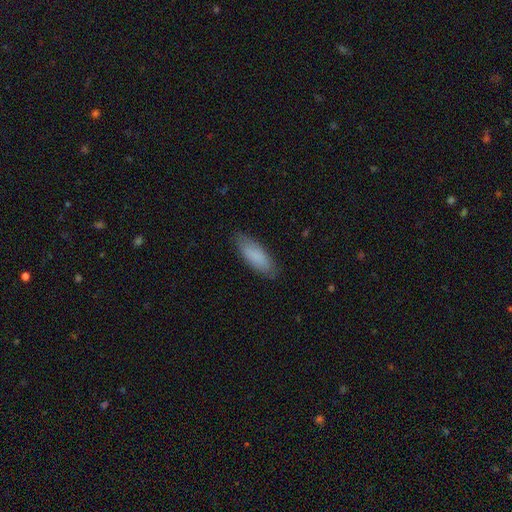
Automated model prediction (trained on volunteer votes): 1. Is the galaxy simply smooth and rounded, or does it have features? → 85% smooth, 10% featured or disk, 6% star or artifact.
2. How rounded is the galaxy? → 62% in between, 37% cigar-shaped, 1% round.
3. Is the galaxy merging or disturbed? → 83% none, 14% minor disturbance, 3% major disturbance, 1% merger.